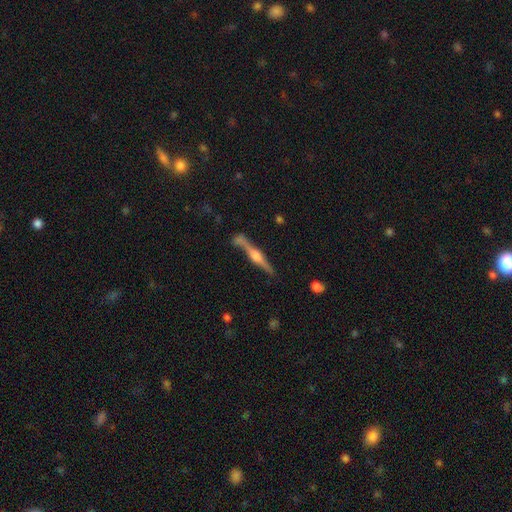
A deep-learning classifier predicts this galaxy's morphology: featured or disk 80%, smooth 14%, star or artifact 6%. Down the decision tree: edge-on disk — yes (98%); edge-on bulge — rounded (90%); merging — none (76%).